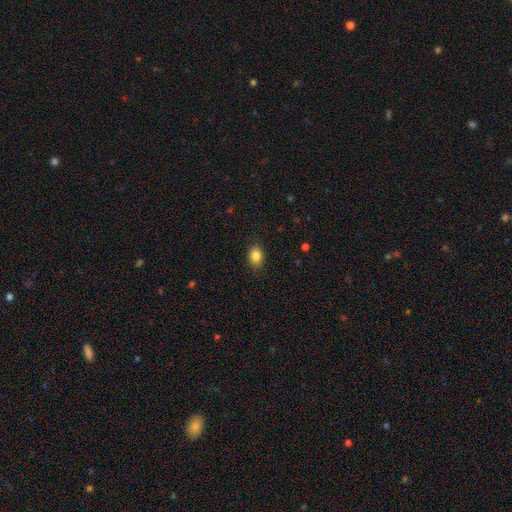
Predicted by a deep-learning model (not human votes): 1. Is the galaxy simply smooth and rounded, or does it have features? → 86% smooth, 9% star or artifact, 5% featured or disk.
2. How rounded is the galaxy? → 74% in between, 25% round, 1% cigar-shaped.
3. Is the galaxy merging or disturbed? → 87% none, 9% minor disturbance, 2% major disturbance, 1% merger.